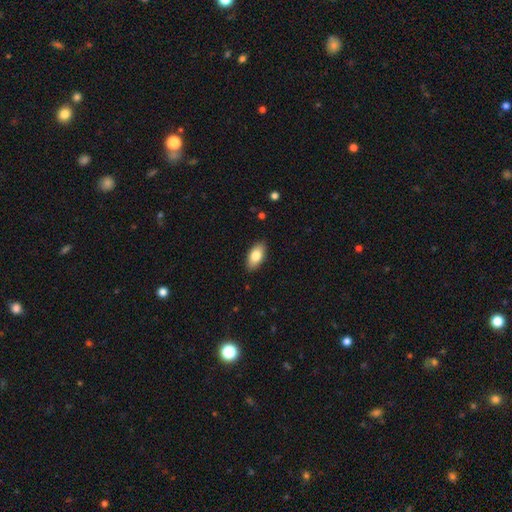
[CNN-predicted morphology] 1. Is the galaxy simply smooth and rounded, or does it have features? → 80% smooth, 14% featured or disk, 6% star or artifact.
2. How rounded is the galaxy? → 91% in between, 6% cigar-shaped, 3% round.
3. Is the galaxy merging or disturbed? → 88% none, 9% minor disturbance, 2% major disturbance, 1% merger.